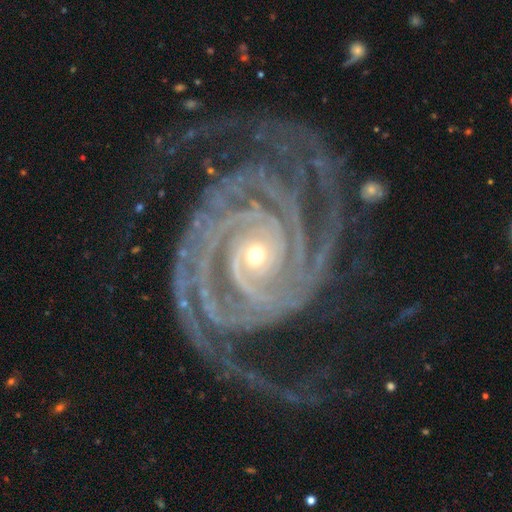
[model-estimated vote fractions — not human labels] smooth_or_featured: featured or disk (p=0.93) [alt: star or artifact p=0.05]
disk_edge_on: no (p=0.98) [alt: yes p=0.02]
bar: no (p=0.69) [alt: weak p=0.18]
has_spiral_arms: yes (p=0.99) [alt: no p=0.01]
spiral_winding: tight (p=0.77) [alt: medium p=0.19]
spiral_arm_count: 2 (p=0.25) [alt: 3 p=0.19]
bulge_size: small (p=0.69) [alt: moderate p=0.27]
merging: none (p=0.67) [alt: minor disturbance p=0.16]